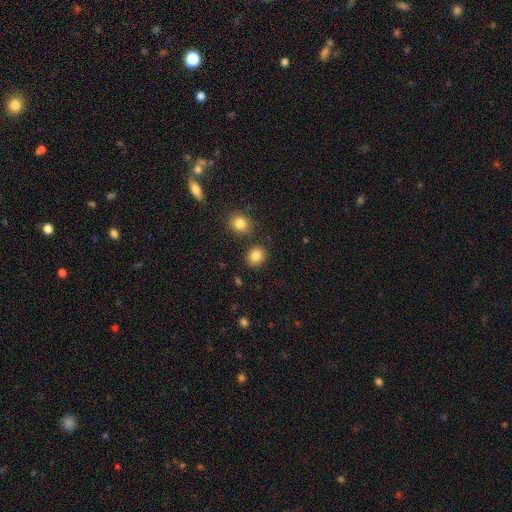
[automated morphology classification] This appears to be a smooth galaxy with no disk features (85%) that is round (73%). Merging: none (83%).